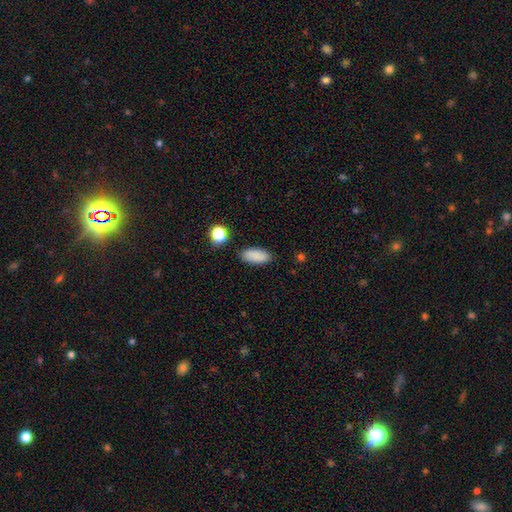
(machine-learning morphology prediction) The model was most divided on "how rounded": in between: 86%, cigar-shaped: 11%, round: 3%. More confident: smooth or featured — smooth (87%); merging — none (86%).